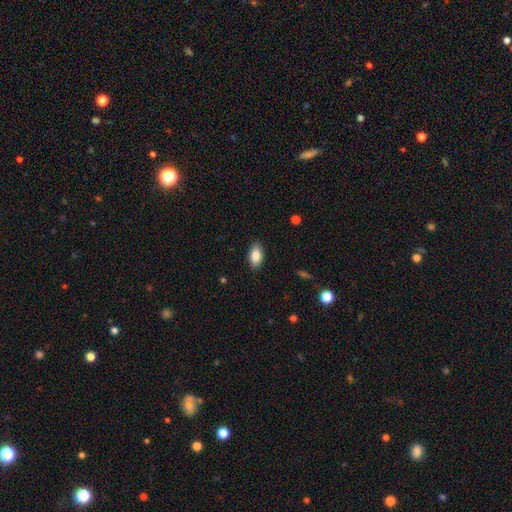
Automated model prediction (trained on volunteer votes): smooth 85%, featured or disk 8%, star or artifact 7%. Down the decision tree: how rounded — in between (93%); merging — none (88%).